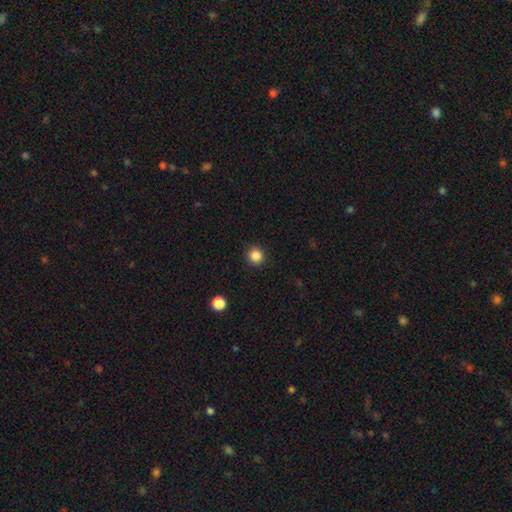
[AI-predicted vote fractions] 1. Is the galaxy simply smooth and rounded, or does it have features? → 86% smooth, 11% star or artifact, 3% featured or disk.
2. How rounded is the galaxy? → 92% round, 7% in between, 1% cigar-shaped.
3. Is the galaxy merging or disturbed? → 90% none, 7% minor disturbance, 2% major disturbance, 1% merger.